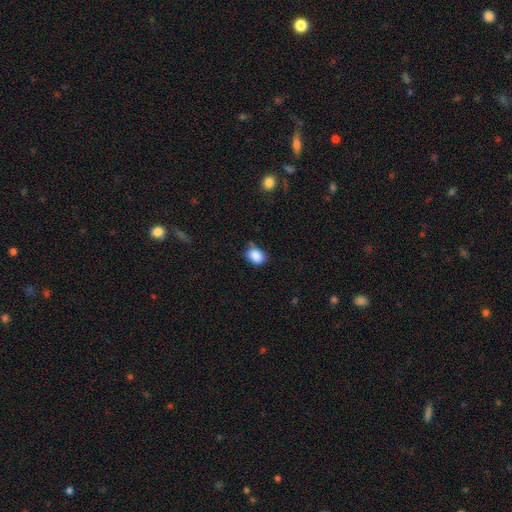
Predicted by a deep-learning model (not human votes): The model was most divided on "merging": none: 63%, minor disturbance: 29%, major disturbance: 5%, merger: 3%. More confident: smooth or featured — smooth (87%); how rounded — in between (70%).